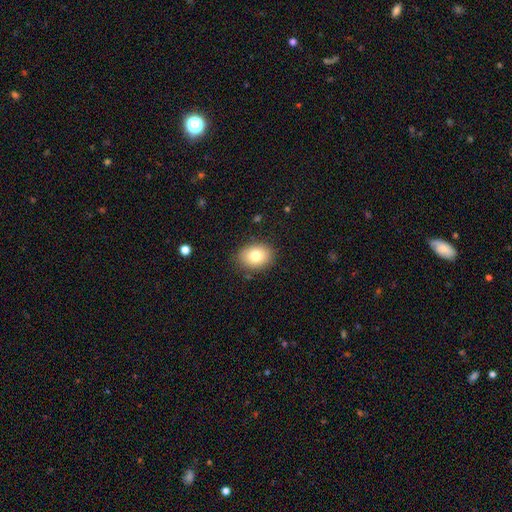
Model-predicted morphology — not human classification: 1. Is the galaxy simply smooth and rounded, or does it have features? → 79% smooth, 11% featured or disk, 9% star or artifact.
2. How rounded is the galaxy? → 64% in between, 35% round, 1% cigar-shaped.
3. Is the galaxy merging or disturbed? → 85% none, 11% minor disturbance, 3% major disturbance, 1% merger.